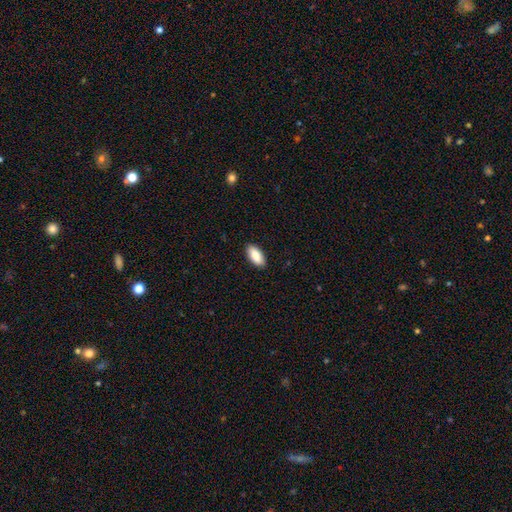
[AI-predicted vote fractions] smooth 87%, featured or disk 7%, star or artifact 6%. Down the decision tree: how rounded — in between (91%); merging — none (90%).